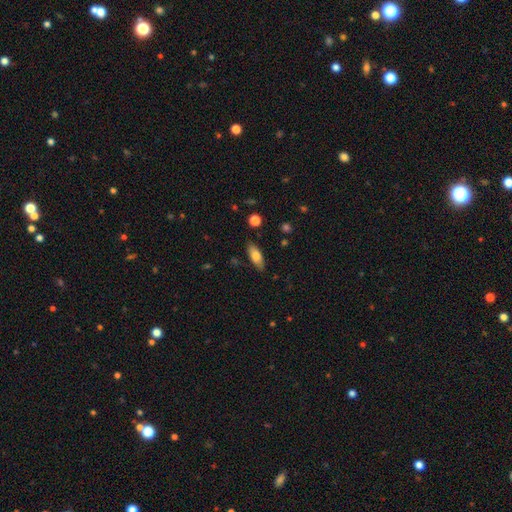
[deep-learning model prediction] Smooth or featured? Predicted: smooth (p=0.74). How rounded? Predicted: in between (p=0.76). Merging? Predicted: none (p=0.83).